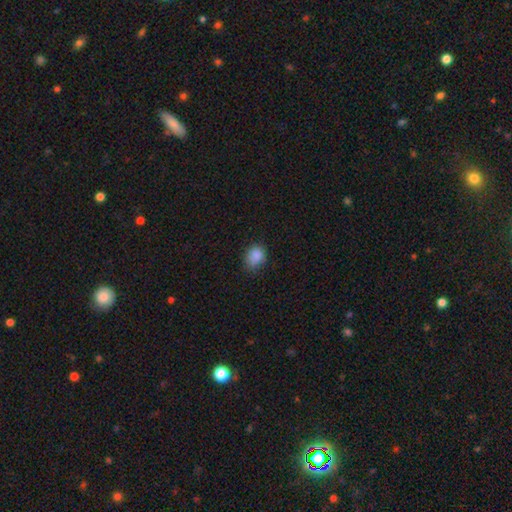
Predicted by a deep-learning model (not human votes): Smooth or featured? smooth (86%)
How rounded? round (50%)
Merging? none (67%)